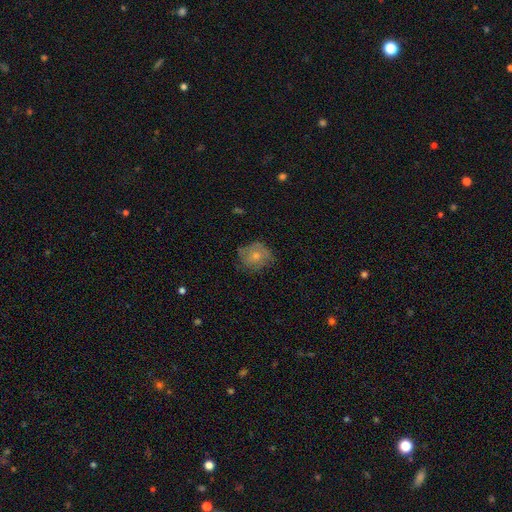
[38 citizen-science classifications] smooth-or-featured: smooth: 68% | featured or disk: 29% | star or artifact: 3%
  how-rounded: round: 69% | in between: 31% | cigar-shaped: 0%
  merging: none: 54% | minor disturbance: 24% | major disturbance: 16% | merger: 5%